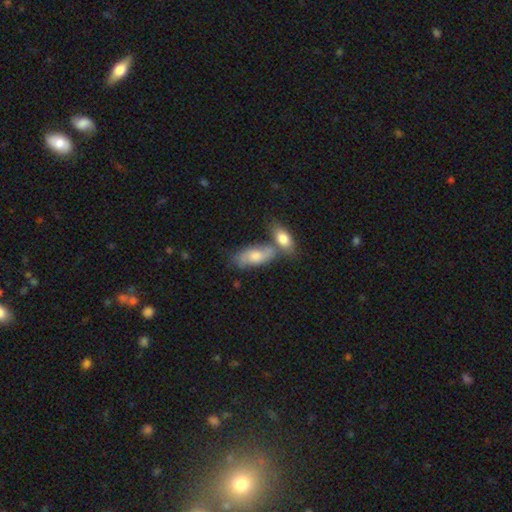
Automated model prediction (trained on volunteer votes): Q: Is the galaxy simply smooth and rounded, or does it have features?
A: smooth — 62%.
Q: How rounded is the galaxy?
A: in between — 82%.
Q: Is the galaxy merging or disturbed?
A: merger — 45%.